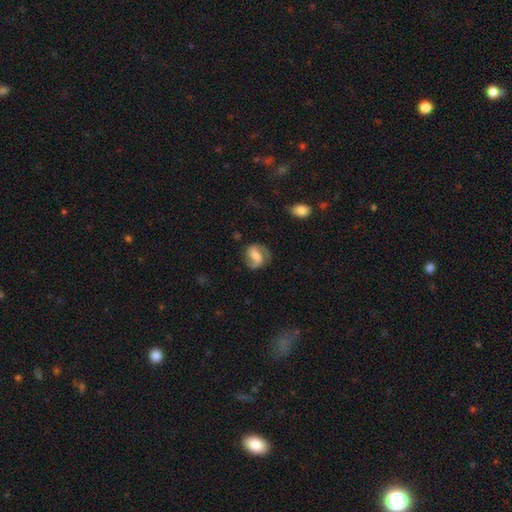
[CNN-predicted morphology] Smooth or featured? featured or disk (78%)
Edge-on disk? no (98%)
Bar? weak (45%)
Spiral arms? yes (95%)
Spiral winding? medium (51%)
Spiral arm count? 2 (87%)
Bulge size? moderate (51%)
Merging? none (74%)